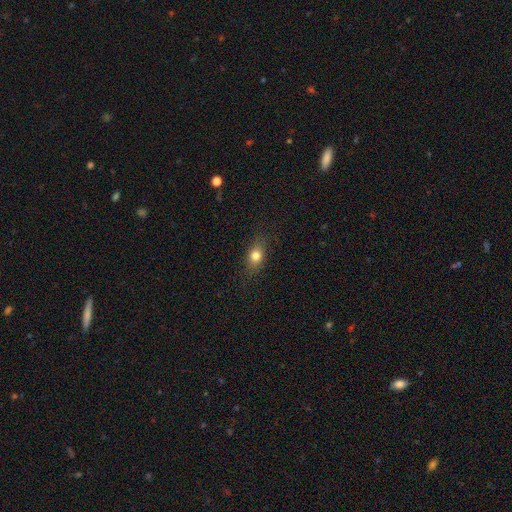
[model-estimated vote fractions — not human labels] A smooth galaxy with no disk features (77%) that is in between round and cigar-shaped (64%). Merging: none (82%).